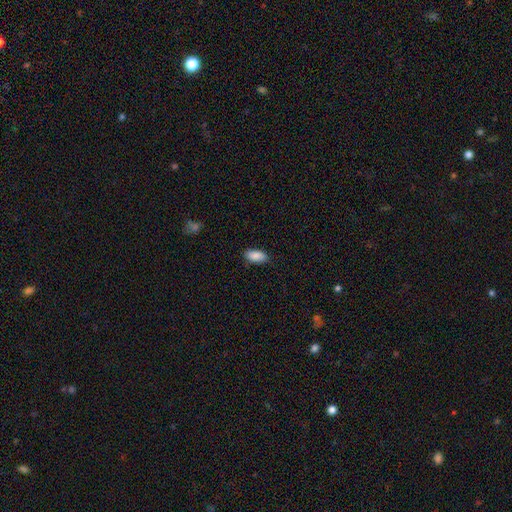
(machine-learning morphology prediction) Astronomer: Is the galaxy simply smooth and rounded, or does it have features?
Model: smooth — 89%.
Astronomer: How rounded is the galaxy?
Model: in between — 90%.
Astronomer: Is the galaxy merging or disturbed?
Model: none — 84%.